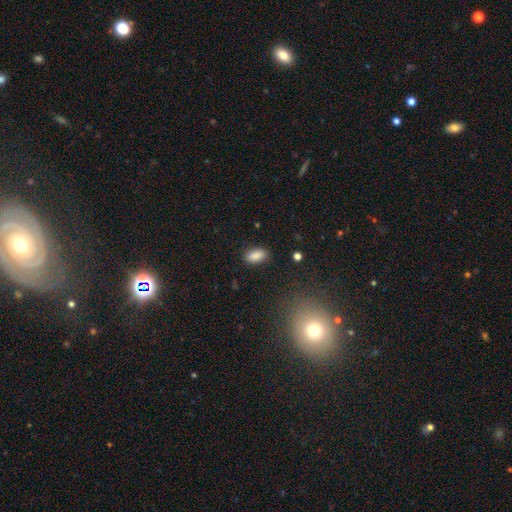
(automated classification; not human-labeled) smooth_or_featured: smooth (p=0.87) [alt: star or artifact p=0.08]
how_rounded: in between (p=0.92) [alt: cigar-shaped p=0.04]
merging: none (p=0.87) [alt: minor disturbance p=0.09]